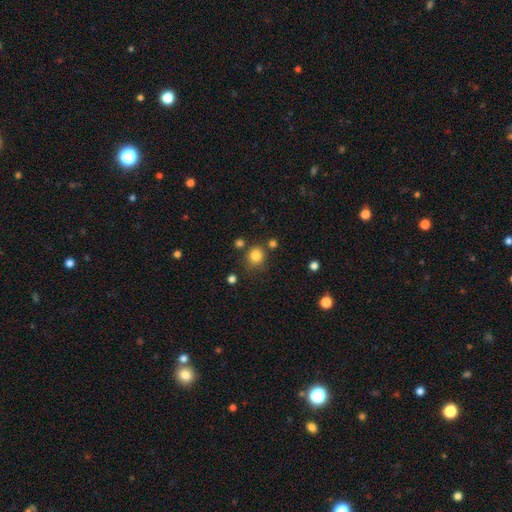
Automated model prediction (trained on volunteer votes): smooth_or_featured: smooth (p=0.83) [alt: star or artifact p=0.12]
how_rounded: round (p=0.83) [alt: in between p=0.16]
merging: none (p=0.76) [alt: minor disturbance p=0.12]